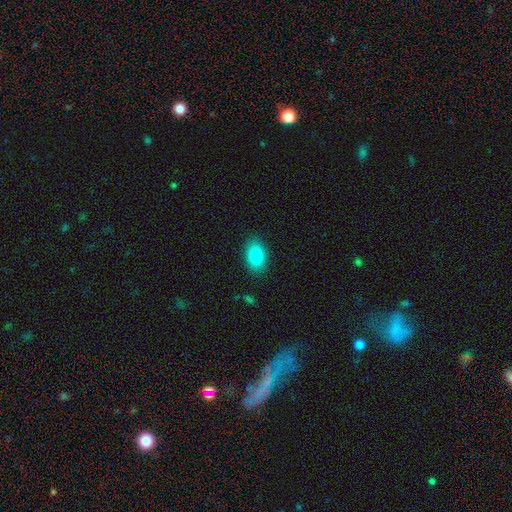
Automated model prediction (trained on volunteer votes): Overall: smooth (83%). How rounded: in between (87%). Merging: none (88%).